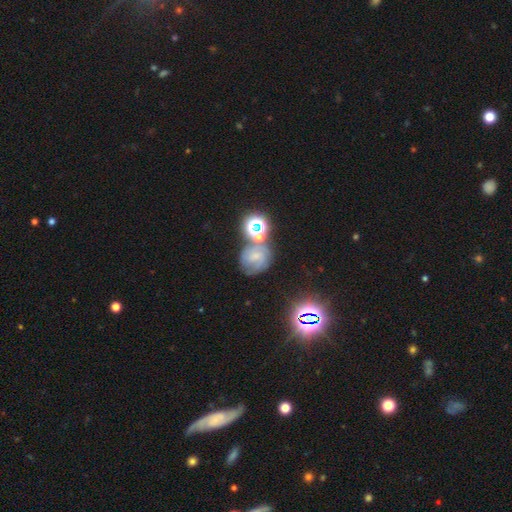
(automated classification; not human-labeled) This is possibly a featured or disk galaxy (52%). It is clearly not viewed edge-on (97%). Bar: possibly no (50%). Spiral arm pattern: clearly yes (84%). Central bulge: possibly small (46%). Merging: possibly none (53%).